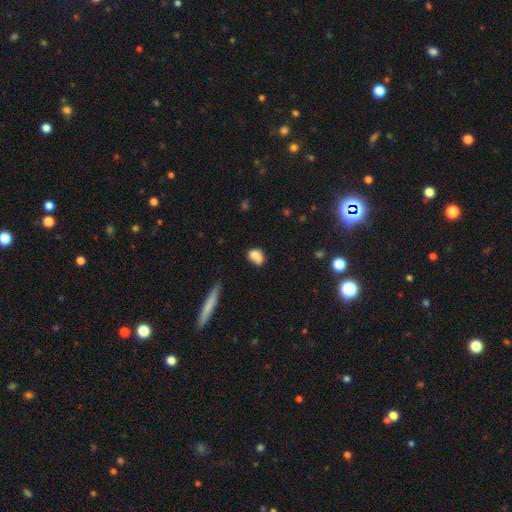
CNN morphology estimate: Q: Smooth or featured?
A: smooth (82%); runner-up: featured or disk (9%)
Q: How rounded?
A: in between (68%); runner-up: round (29%)
Q: Merging?
A: none (54%); runner-up: minor disturbance (31%)